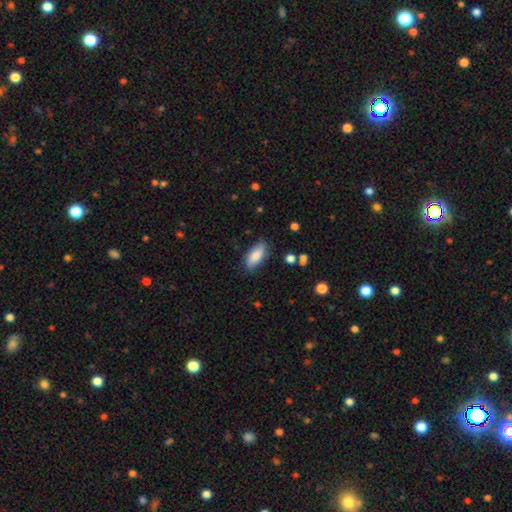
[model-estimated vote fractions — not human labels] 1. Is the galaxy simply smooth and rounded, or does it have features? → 81% smooth, 12% featured or disk, 7% star or artifact.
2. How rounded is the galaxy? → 82% in between, 16% cigar-shaped, 2% round.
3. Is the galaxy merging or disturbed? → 79% none, 16% minor disturbance, 3% major disturbance, 2% merger.